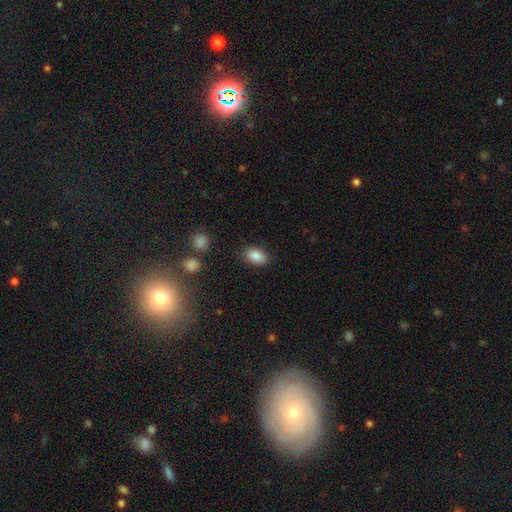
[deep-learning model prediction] Smooth or featured: smooth — 87% (star or artifact — 8%)
How rounded: in between — 88% (round — 11%)
Merging: none — 84% (minor disturbance — 11%)